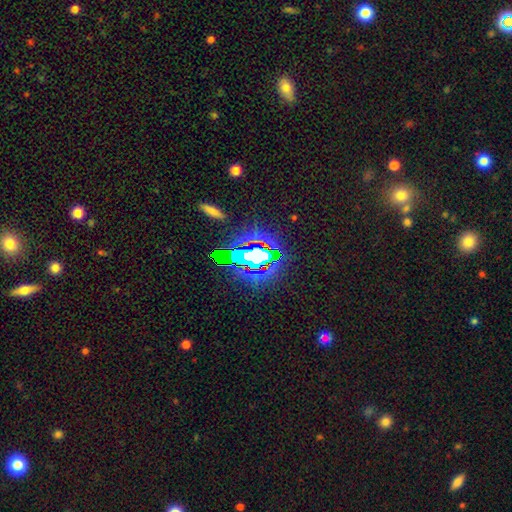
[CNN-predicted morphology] This is likely a star or artifact rather than a galaxy (74%).